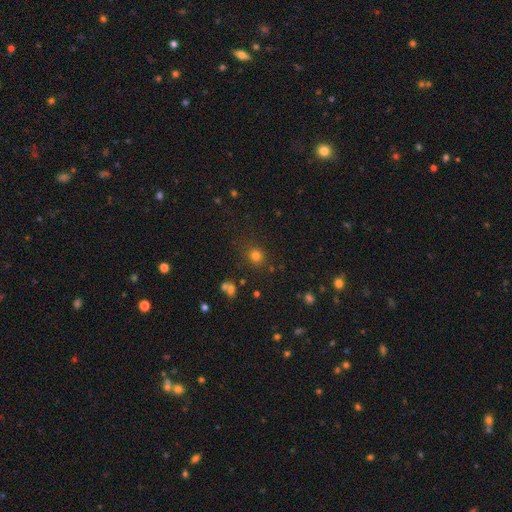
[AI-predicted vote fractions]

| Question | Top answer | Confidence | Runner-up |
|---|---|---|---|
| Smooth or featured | smooth | 75% | star or artifact (19%) |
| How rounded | round | 84% | in between (15%) |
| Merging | none | 80% | minor disturbance (10%) |